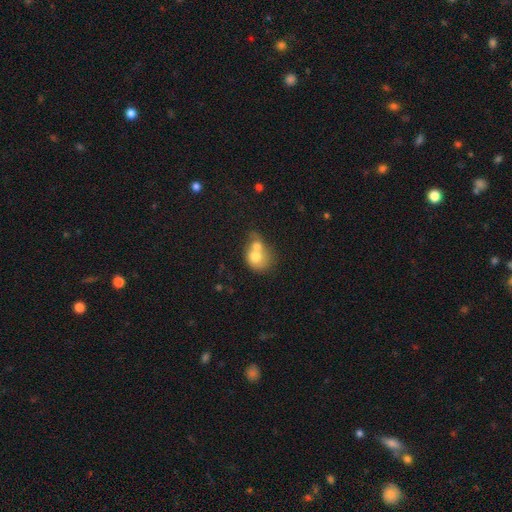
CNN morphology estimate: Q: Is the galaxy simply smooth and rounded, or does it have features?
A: smooth — 69%.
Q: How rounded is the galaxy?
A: round — 63%.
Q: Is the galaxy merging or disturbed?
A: merger — 74%.